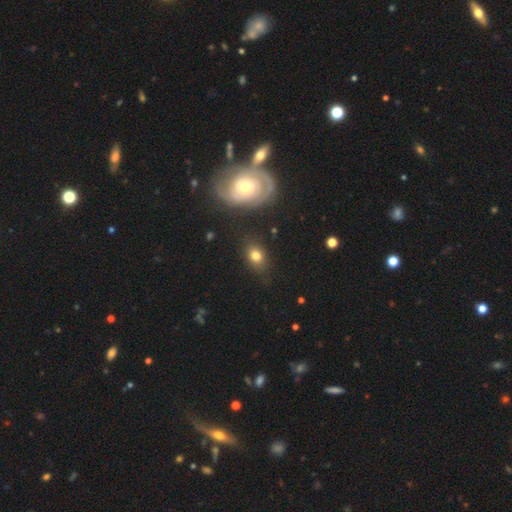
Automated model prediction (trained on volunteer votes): Smooth or featured? Predicted: smooth (p=0.73). How rounded? Predicted: in between (p=0.66). Merging? Predicted: none (p=0.79).